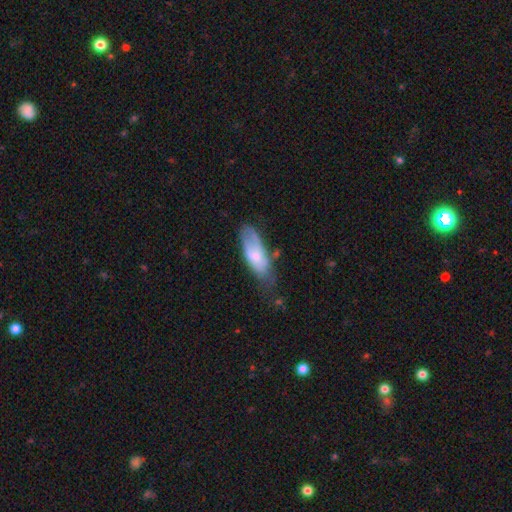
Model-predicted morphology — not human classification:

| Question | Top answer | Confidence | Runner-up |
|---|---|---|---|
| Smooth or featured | smooth | 61% | featured or disk (33%) |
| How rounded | in between | 75% | cigar-shaped (23%) |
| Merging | none | 47% | minor disturbance (34%) |